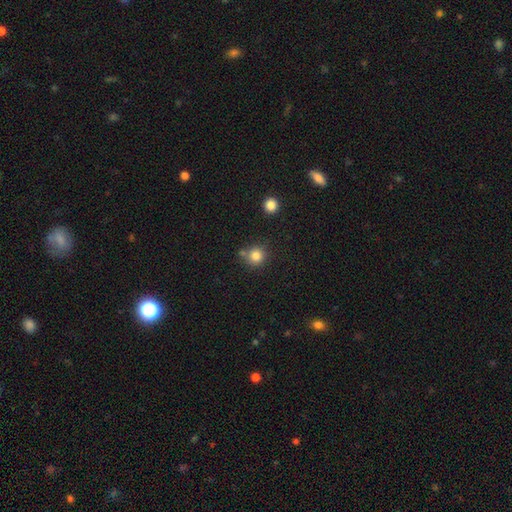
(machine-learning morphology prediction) Smooth or featured? Predicted: smooth (p=0.82). How rounded? Predicted: round (p=0.92). Merging? Predicted: none (p=0.72).